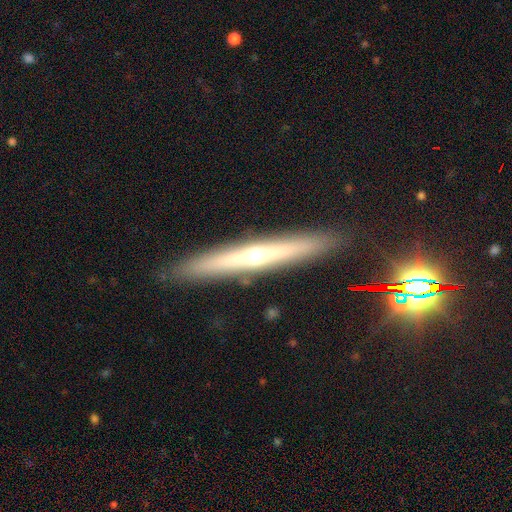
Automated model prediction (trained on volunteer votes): smooth-or-featured: featured or disk: 63% | smooth: 29% | star or artifact: 8%
  disk-edge-on: yes: 94% | no: 6%
    edge-on-bulge: rounded: 81% | none: 16% | boxy: 3%
  merging: none: 90% | minor disturbance: 7% | major disturbance: 2% | merger: 2%